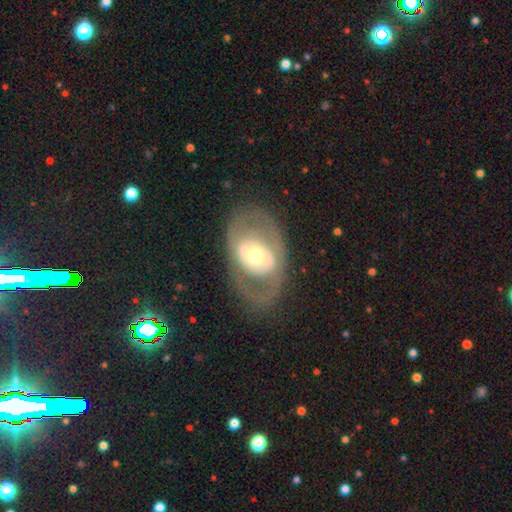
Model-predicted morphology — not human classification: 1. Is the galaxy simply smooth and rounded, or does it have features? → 67% featured or disk, 28% smooth, 6% star or artifact.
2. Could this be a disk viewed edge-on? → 93% no, 7% yes.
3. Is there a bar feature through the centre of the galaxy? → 71% no, 20% weak, 9% strong.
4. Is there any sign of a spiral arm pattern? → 72% no, 28% yes.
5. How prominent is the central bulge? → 66% moderate, 20% large, 12% small, 2% dominant, 1% none.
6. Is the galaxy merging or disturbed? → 69% none, 15% minor disturbance, 14% major disturbance, 1% merger.